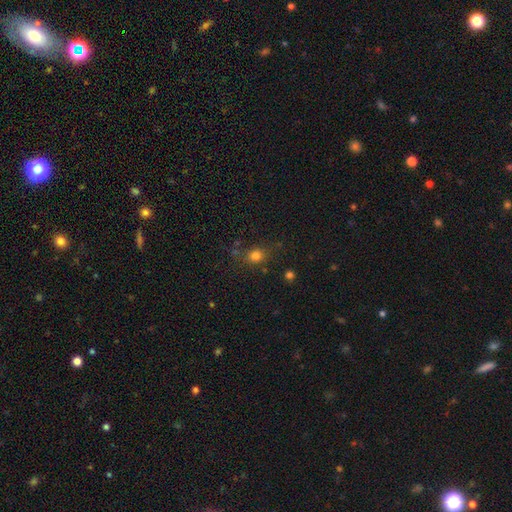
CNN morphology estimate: Q: Smooth or featured?
A: smooth (77%); runner-up: star or artifact (15%)
Q: How rounded?
A: round (66%); runner-up: in between (32%)
Q: Merging?
A: none (74%); runner-up: minor disturbance (15%)